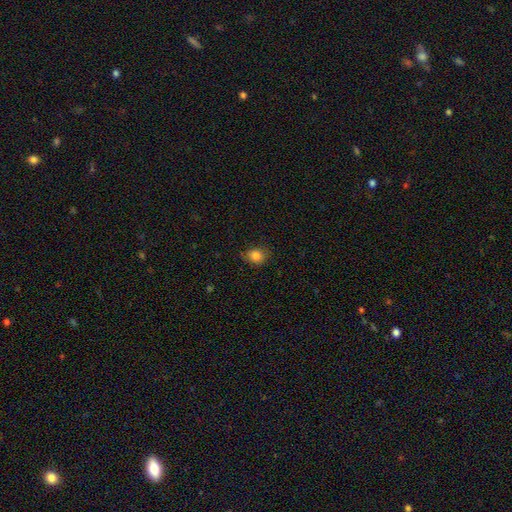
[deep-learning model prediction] Smooth or featured: smooth — 84% (star or artifact — 11%)
How rounded: round — 67% (in between — 32%)
Merging: none — 78% (minor disturbance — 17%)